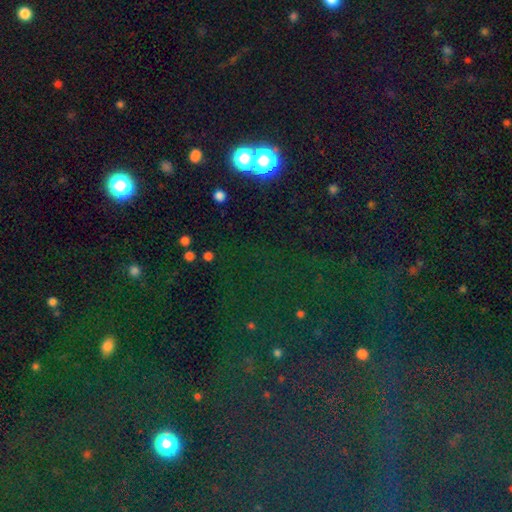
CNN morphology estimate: This is likely a star or artifact rather than a galaxy (72%).